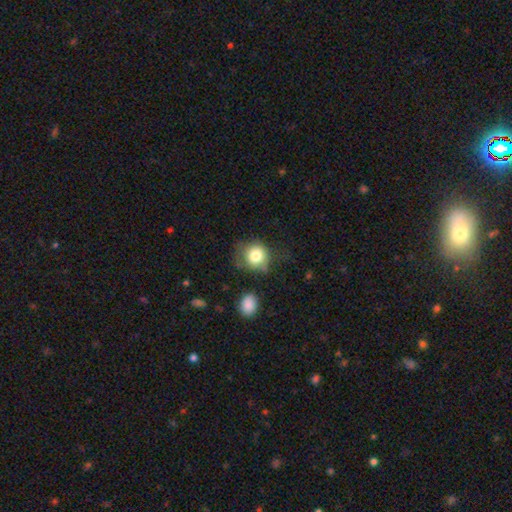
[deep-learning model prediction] Smooth or featured?
  - smooth: 81% *
  - featured or disk: 10%
  - star or artifact: 9%
How rounded?
  - round: 83% *
  - in between: 16%
  - cigar-shaped: 1%
Merging?
  - none: 56% *
  - minor disturbance: 27%
  - major disturbance: 12%
  - merger: 5%